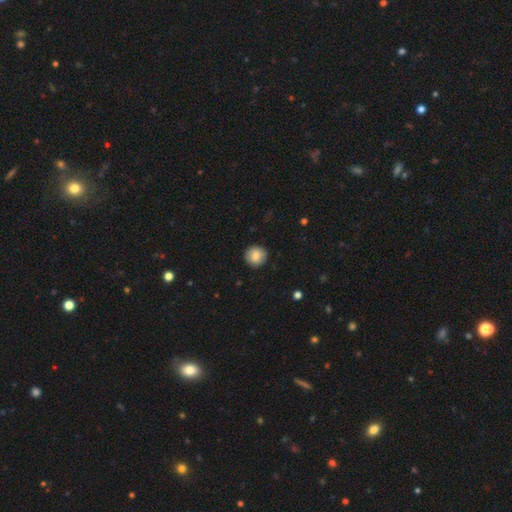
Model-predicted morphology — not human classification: Smooth or featured?
  - smooth: 83% *
  - featured or disk: 10%
  - star or artifact: 8%
How rounded?
  - round: 93% *
  - in between: 6%
  - cigar-shaped: 1%
Merging?
  - none: 90% *
  - minor disturbance: 7%
  - major disturbance: 2%
  - merger: 1%